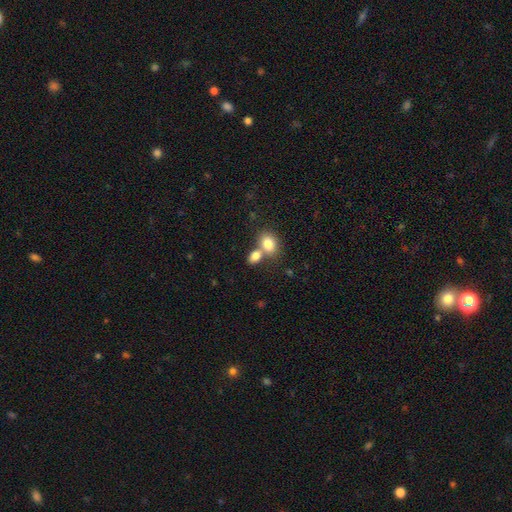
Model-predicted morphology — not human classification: Overall: smooth (80%). How rounded: in between (71%). Merging: merger (55%; none 34%).